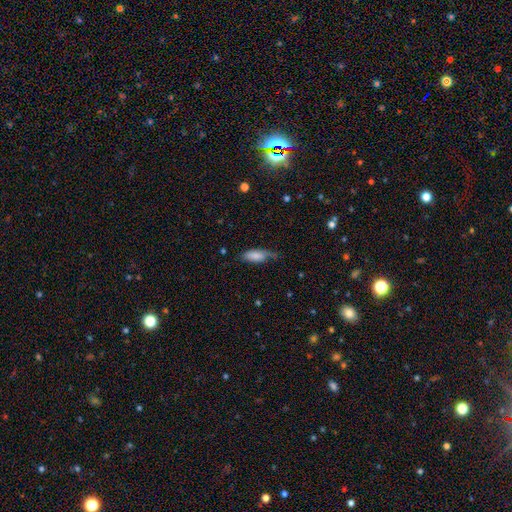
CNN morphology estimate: Smooth or featured? smooth (74%)
How rounded? in between (75%)
Merging? none (43%)